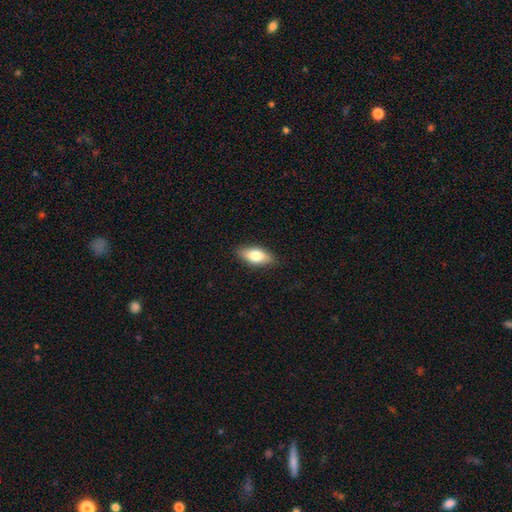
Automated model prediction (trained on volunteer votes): smooth-or-featured: smooth: 73% | featured or disk: 20% | star or artifact: 7%
  how-rounded: in between: 84% | cigar-shaped: 13% | round: 4%
  merging: none: 87% | minor disturbance: 10% | major disturbance: 2% | merger: 1%